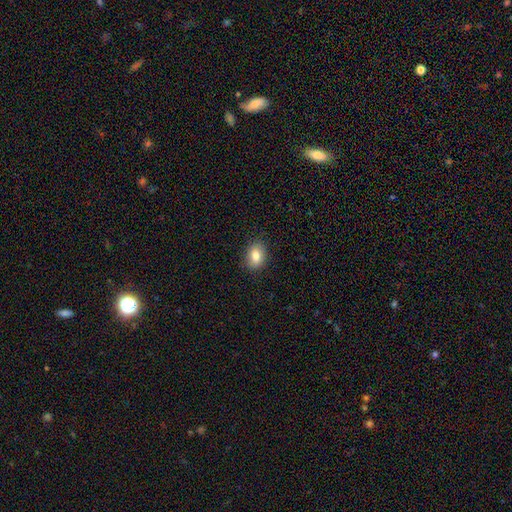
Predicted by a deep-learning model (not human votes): Smooth or featured? Predicted: smooth (p=0.82). How rounded? Predicted: in between (p=0.76). Merging? Predicted: none (p=0.86).